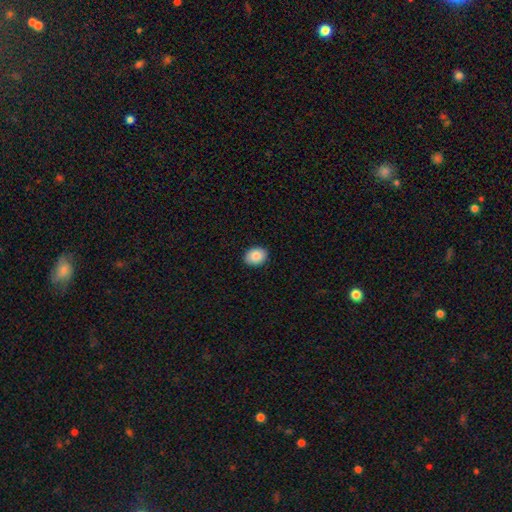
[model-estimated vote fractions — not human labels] smooth-or-featured: smooth: 87% | star or artifact: 8% | featured or disk: 6%
  how-rounded: in between: 59% | round: 40% | cigar-shaped: 1%
  merging: none: 90% | minor disturbance: 7% | major disturbance: 2% | merger: 1%